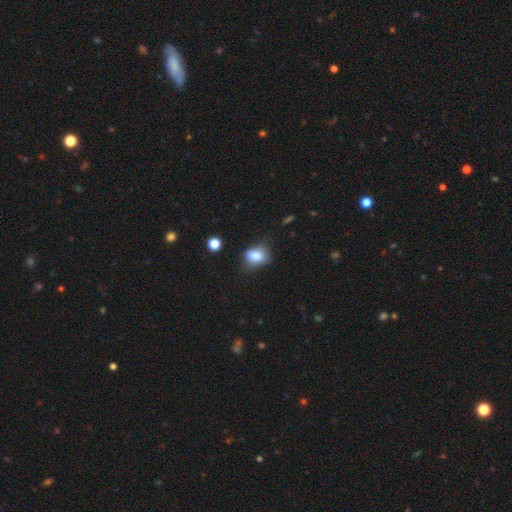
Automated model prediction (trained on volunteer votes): smooth 81%, star or artifact 10%, featured or disk 9%. Down the decision tree: how rounded — in between (58%); merging — none (55%).